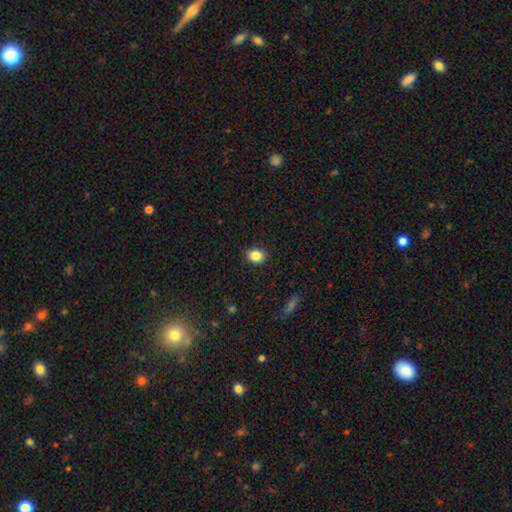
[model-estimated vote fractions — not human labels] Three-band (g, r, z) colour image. It shows a smooth galaxy with no disk features (85%) that is round (52%). Merging: none (89%).